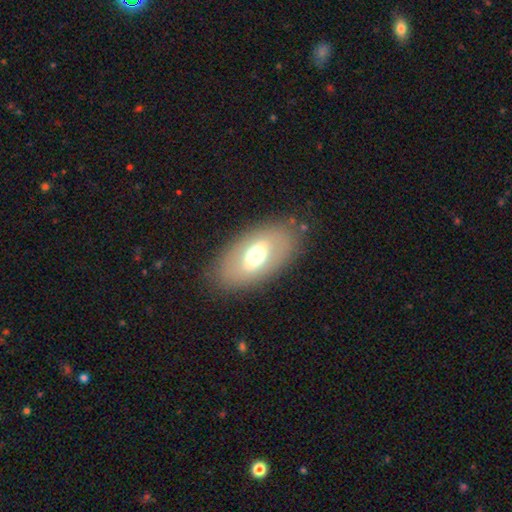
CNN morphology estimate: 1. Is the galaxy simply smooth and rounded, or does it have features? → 54% smooth, 38% featured or disk, 9% star or artifact.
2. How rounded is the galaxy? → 91% in between, 7% round, 3% cigar-shaped.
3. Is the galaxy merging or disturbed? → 82% none, 11% minor disturbance, 6% major disturbance, 1% merger.